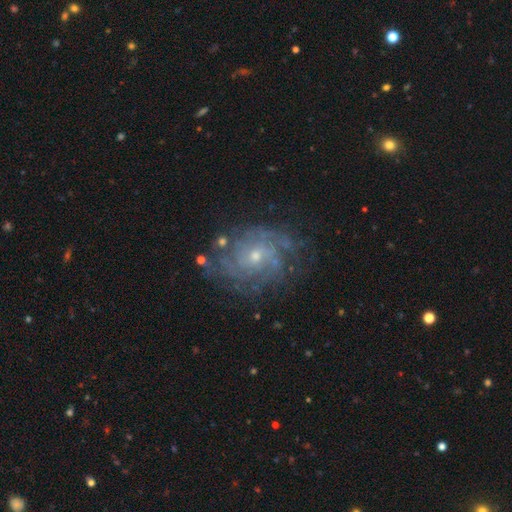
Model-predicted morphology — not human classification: This appears to be a featured or disk galaxy (81%) with no bar (75%), tight (60%) spiral arms (91%) and a small central bulge (66%). Merging: none (72%).